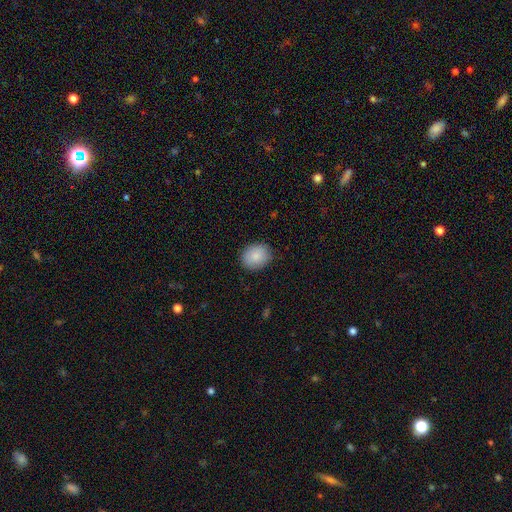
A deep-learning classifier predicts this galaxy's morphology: Smooth or featured?
  - smooth: 87% *
  - star or artifact: 7%
  - featured or disk: 6%
How rounded?
  - in between: 55% *
  - round: 44%
  - cigar-shaped: 1%
Merging?
  - none: 87% *
  - minor disturbance: 10%
  - major disturbance: 2%
  - merger: 1%